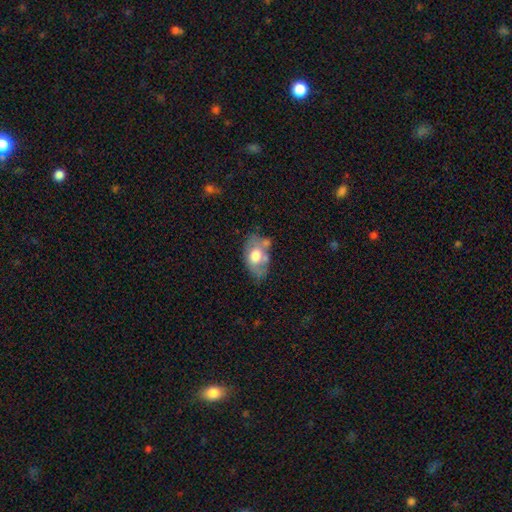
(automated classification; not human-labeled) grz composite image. It shows a smooth galaxy with no disk features (54%) that is in between round and cigar-shaped (88%). Merging: none (41%).